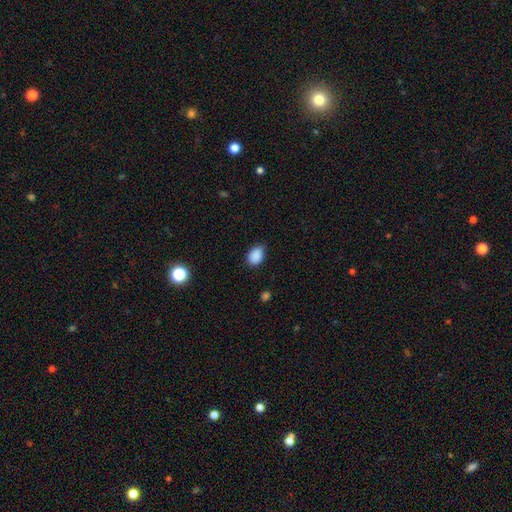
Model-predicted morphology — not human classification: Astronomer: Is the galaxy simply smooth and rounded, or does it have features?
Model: smooth — 88%.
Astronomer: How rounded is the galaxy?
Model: in between — 78%.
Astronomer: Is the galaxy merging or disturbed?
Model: none — 76%.